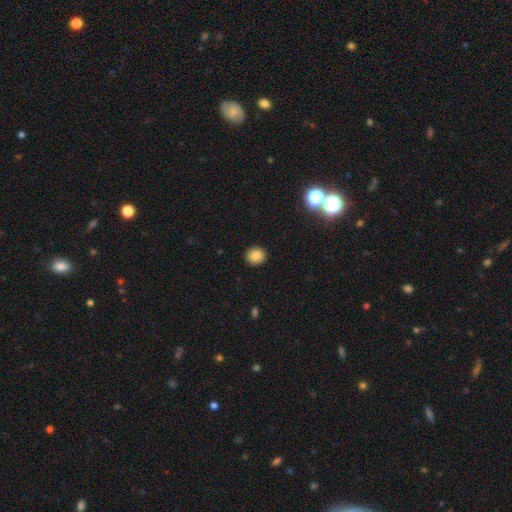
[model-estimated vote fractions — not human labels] smooth_or_featured: smooth (p=0.85) [alt: star or artifact p=0.10]
how_rounded: round (p=0.85) [alt: in between p=0.14]
merging: none (p=0.92) [alt: minor disturbance p=0.05]